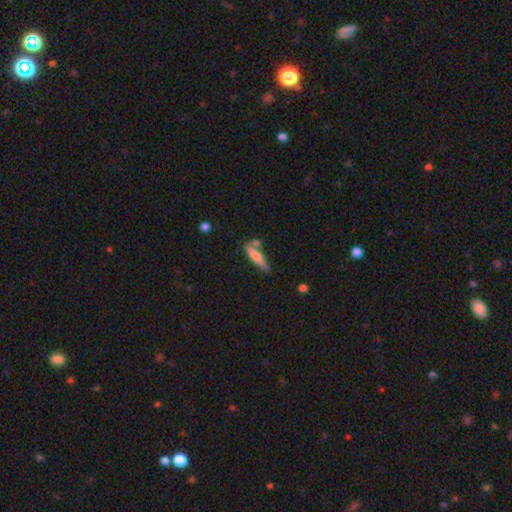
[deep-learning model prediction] This is likely a smooth galaxy (66%). How rounded: clearly cigar-shaped (83%). Merging: likely none (63%).